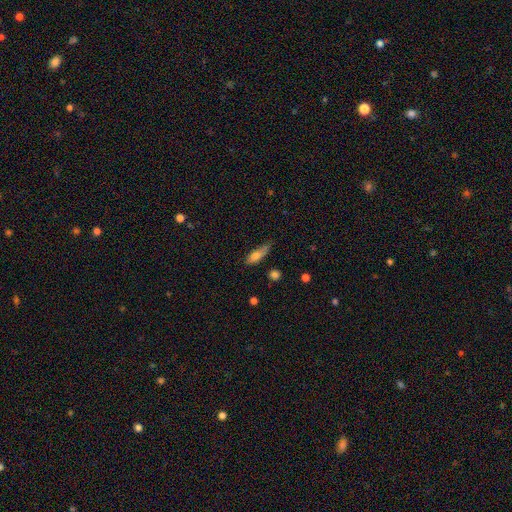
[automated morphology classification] Smooth or featured?
  - smooth: 72% *
  - featured or disk: 21%
  - star or artifact: 8%
How rounded?
  - in between: 49% *
  - cigar-shaped: 47%
  - round: 3%
Merging?
  - none: 52% *
  - minor disturbance: 35%
  - major disturbance: 9%
  - merger: 4%